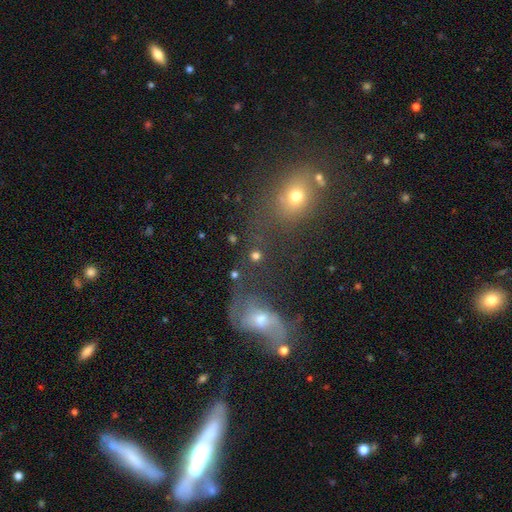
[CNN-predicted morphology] Smooth or featured: smooth — 70% (star or artifact — 19%)
How rounded: round — 85% (in between — 13%)
Merging: none — 70% (merger — 13%)